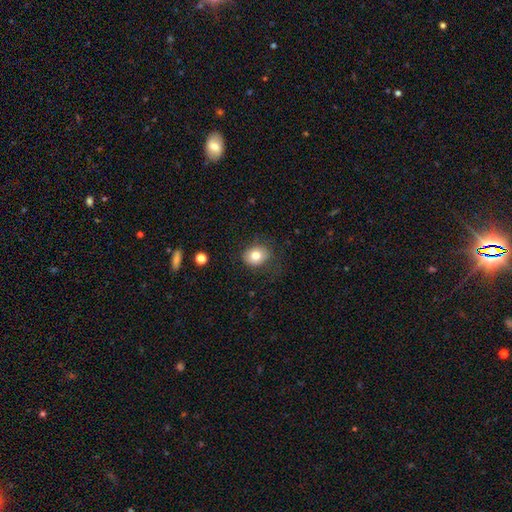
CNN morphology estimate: Smooth or featured? smooth (78%)
How rounded? round (59%)
Merging? none (76%)